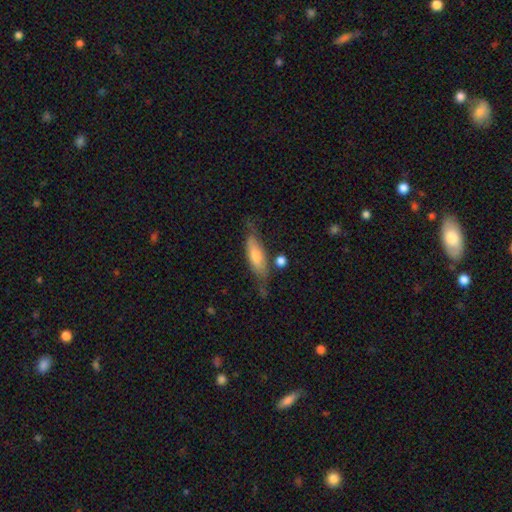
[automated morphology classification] This appears to be a smooth galaxy with no disk features (59%) that is in between round and cigar-shaped (49%, tied with cigar-shaped). Merging: none (59%).